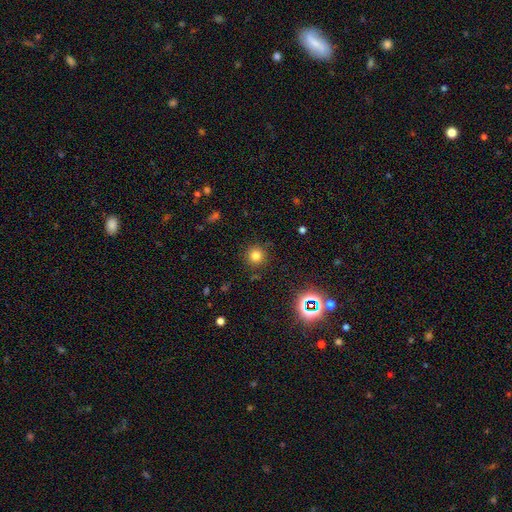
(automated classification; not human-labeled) Smooth or featured? smooth (77%)
How rounded? round (94%)
Merging? none (89%)